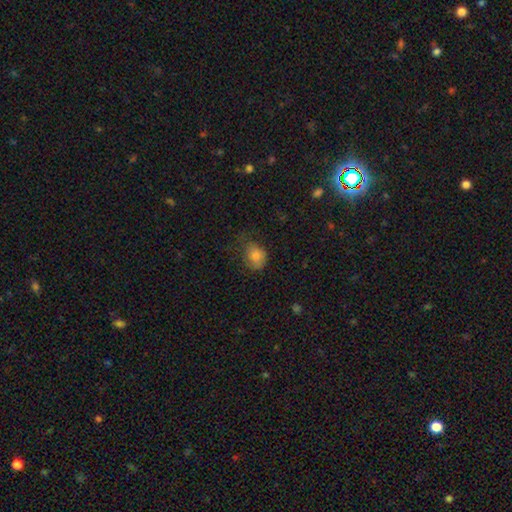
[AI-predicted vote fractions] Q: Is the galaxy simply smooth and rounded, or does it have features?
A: smooth — 81%.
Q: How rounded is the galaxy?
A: in between — 50%.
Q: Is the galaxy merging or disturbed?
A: none — 55%.